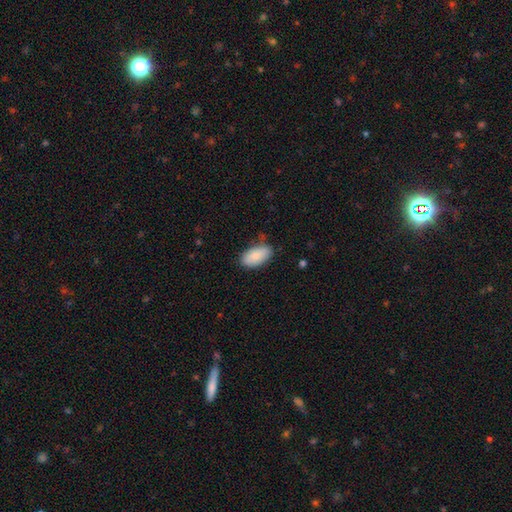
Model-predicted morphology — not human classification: Smooth or featured?
  - smooth: 85% *
  - featured or disk: 9%
  - star or artifact: 6%
How rounded?
  - in between: 94% *
  - cigar-shaped: 3%
  - round: 3%
Merging?
  - none: 75% *
  - minor disturbance: 19%
  - major disturbance: 4%
  - merger: 2%